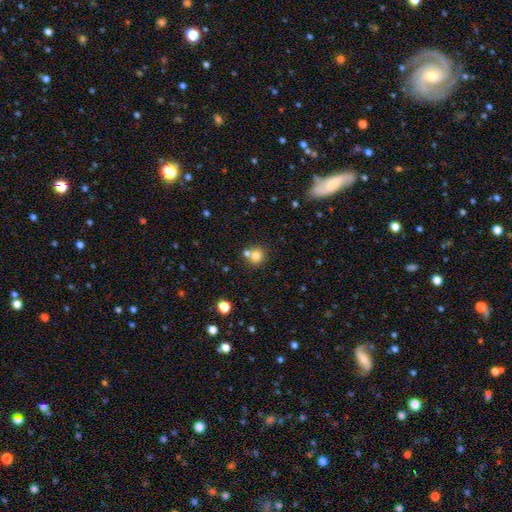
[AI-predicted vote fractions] Smooth or featured: smooth — 78% (star or artifact — 13%)
How rounded: round — 84% (in between — 15%)
Merging: none — 59% (merger — 30%)